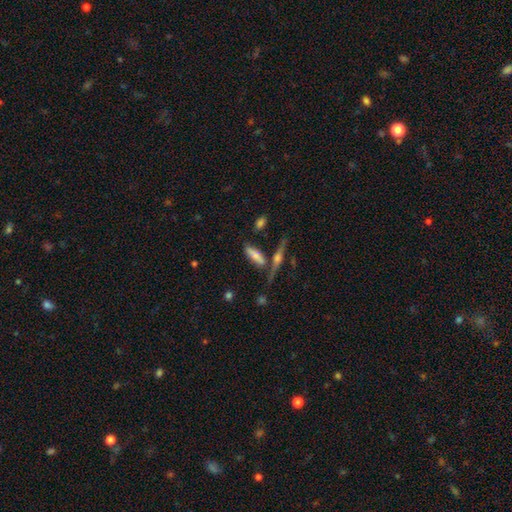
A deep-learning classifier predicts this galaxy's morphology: smooth-or-featured: smooth: 62% | featured or disk: 28% | star or artifact: 10%
  how-rounded: cigar-shaped: 56% | in between: 41% | round: 3%
  merging: none: 55% | merger: 20% | minor disturbance: 17% | major disturbance: 8%